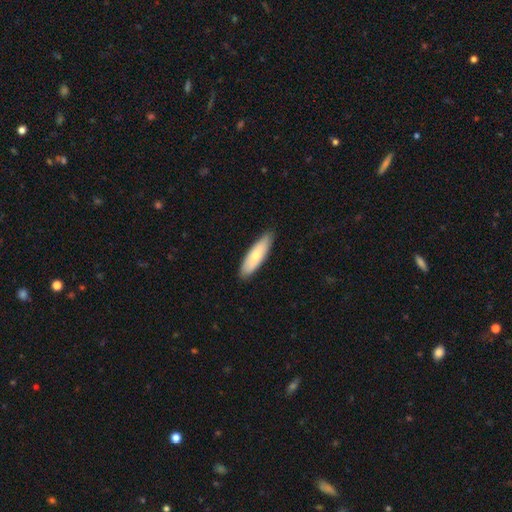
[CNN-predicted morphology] This appears to be a smooth galaxy with no disk features (72%) that is cigar-shaped (59%). Merging: none (88%).